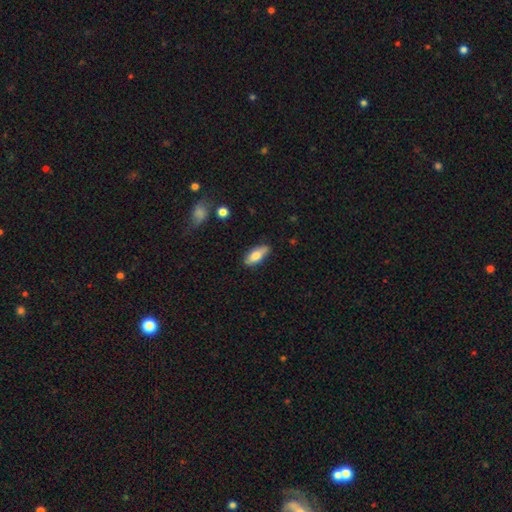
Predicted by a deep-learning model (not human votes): smooth 75%, featured or disk 18%, star or artifact 7%. Down the decision tree: how rounded — in between (78%); merging — none (81%).